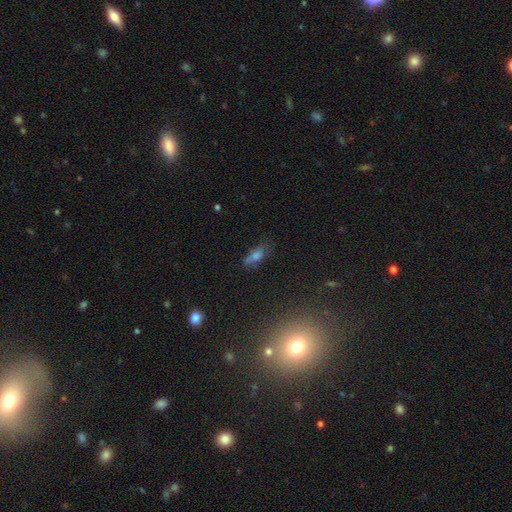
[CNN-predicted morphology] A smooth galaxy with no disk features (55%) that is in between round and cigar-shaped (62%).

Vote fractions:
- Smooth or featured? smooth: 55% / featured or disk: 23% / star or artifact: 23%
- How rounded? in between: 62% / cigar-shaped: 29% / round: 9%
- Merging? none: 58% / minor disturbance: 23% / major disturbance: 10% / merger: 9%